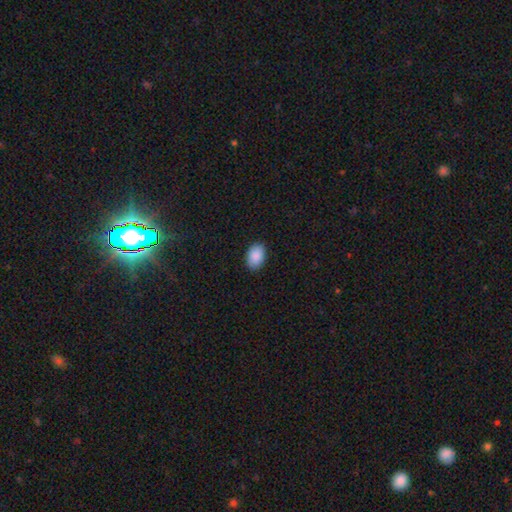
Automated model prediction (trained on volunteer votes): Smooth or featured: smooth — 90% (star or artifact — 7%)
How rounded: in between — 89% (round — 10%)
Merging: none — 88% (minor disturbance — 9%)